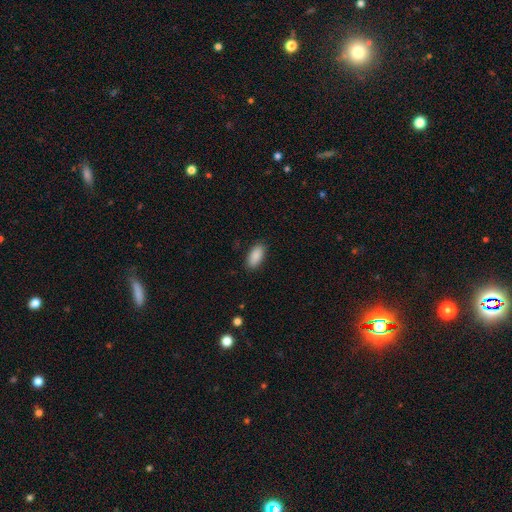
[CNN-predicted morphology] smooth 90%, star or artifact 6%, featured or disk 3%. Down the decision tree: how rounded — in between (89%); merging — none (88%).